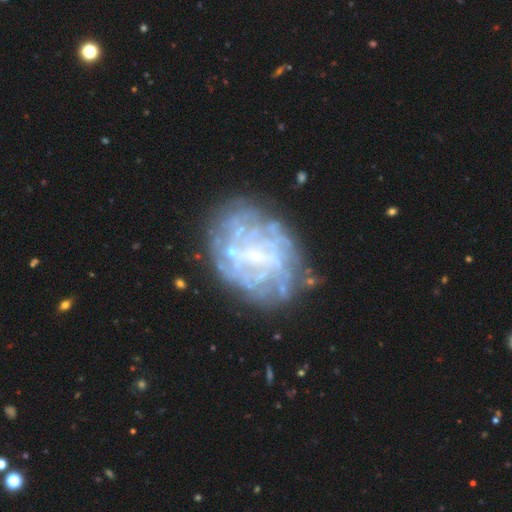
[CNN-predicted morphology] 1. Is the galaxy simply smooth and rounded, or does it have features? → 74% featured or disk, 15% smooth, 11% star or artifact.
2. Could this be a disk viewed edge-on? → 98% no, 2% yes.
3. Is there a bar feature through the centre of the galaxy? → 51% no, 35% weak, 14% strong.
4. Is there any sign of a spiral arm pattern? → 52% no, 48% yes.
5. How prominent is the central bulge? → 49% none, 35% small, 13% moderate, 2% large, 1% dominant.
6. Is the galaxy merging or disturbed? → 64% none, 18% minor disturbance, 13% major disturbance, 4% merger.